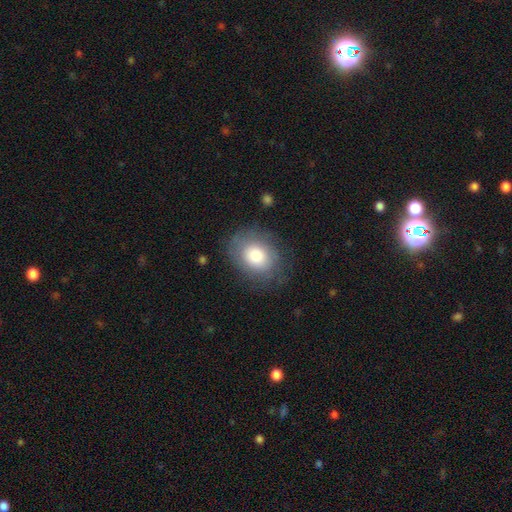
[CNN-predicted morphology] This is likely a smooth galaxy (76%). How rounded: possibly in between (53%). Merging: likely none (75%).